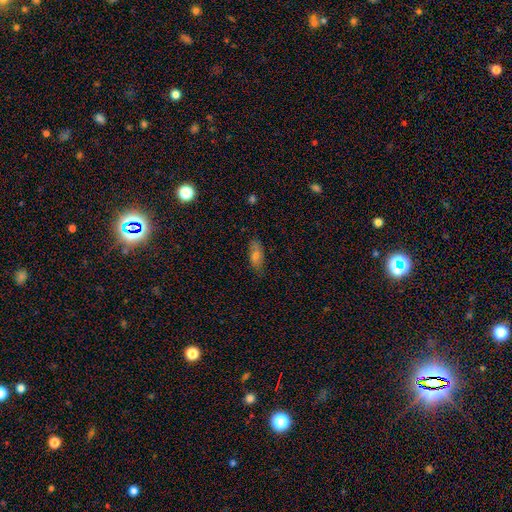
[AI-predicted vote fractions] Smooth or featured: smooth — 65% (featured or disk — 23%)
How rounded: in between — 74% (cigar-shaped — 21%)
Merging: none — 80% (minor disturbance — 15%)